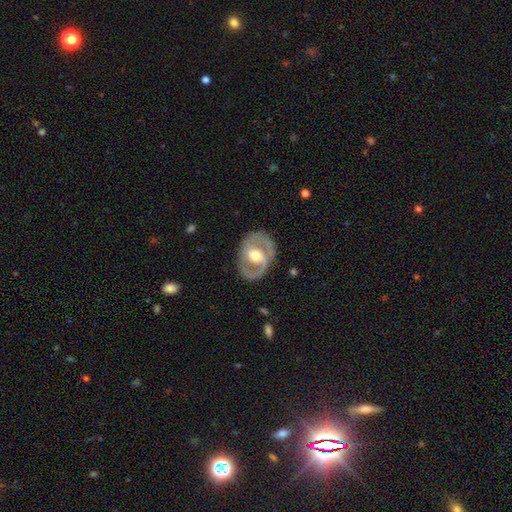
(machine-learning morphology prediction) Smooth or featured? featured or disk (76%)
Edge-on disk? no (95%)
Bar? weak (40%)
Spiral arms? yes (66%)
Bulge size? moderate (70%)
Merging? none (82%)